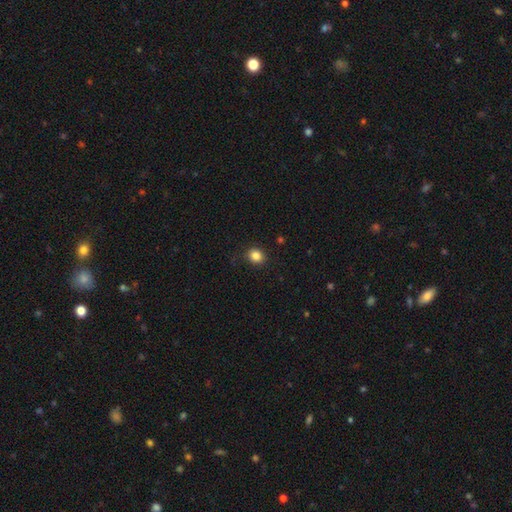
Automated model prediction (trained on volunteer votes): Morphology: type=smooth (85%); roundness=round (72%); merging=none (87%).